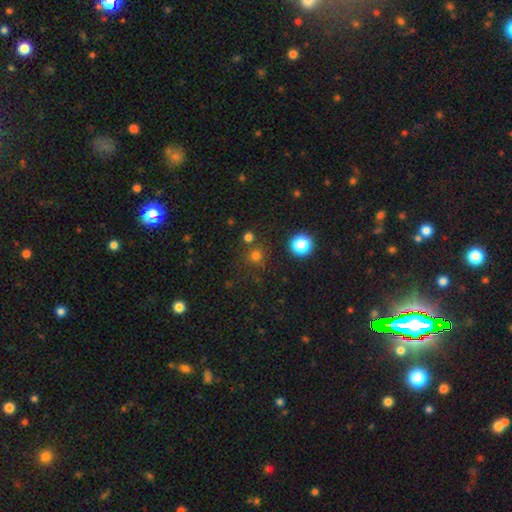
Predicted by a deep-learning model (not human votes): smooth-or-featured: smooth: 70% | star or artifact: 24% | featured or disk: 6%
  how-rounded: round: 93% | in between: 6% | cigar-shaped: 1%
  merging: none: 79% | merger: 9% | minor disturbance: 8% | major disturbance: 4%